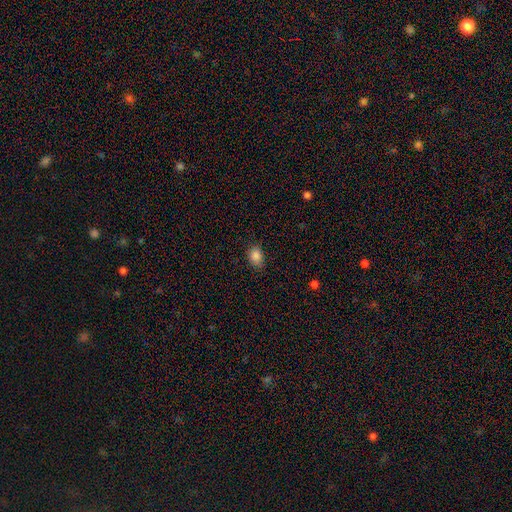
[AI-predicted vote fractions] Morphology: type=smooth (86%); roundness=in between (65%); merging=none (81%).